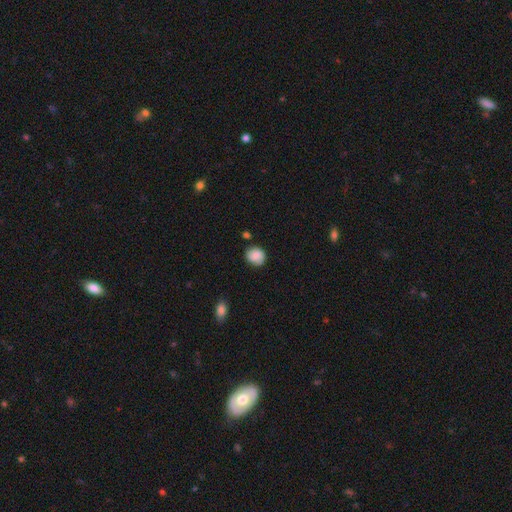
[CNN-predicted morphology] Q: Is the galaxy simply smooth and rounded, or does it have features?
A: smooth — 78%.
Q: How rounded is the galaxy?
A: round — 73%.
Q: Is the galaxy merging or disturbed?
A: none — 75%.